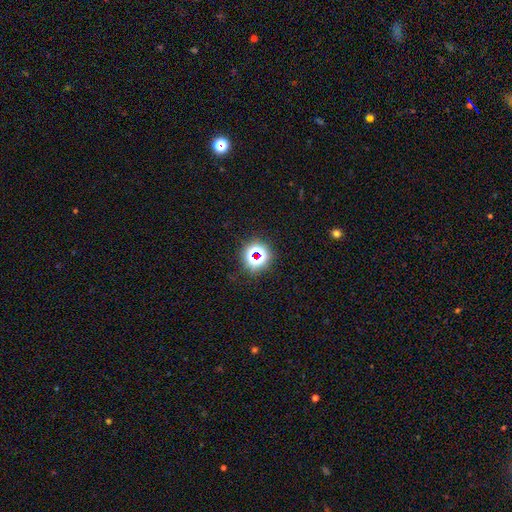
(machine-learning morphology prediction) Smooth or featured: star or artifact — 66% (smooth — 23%)